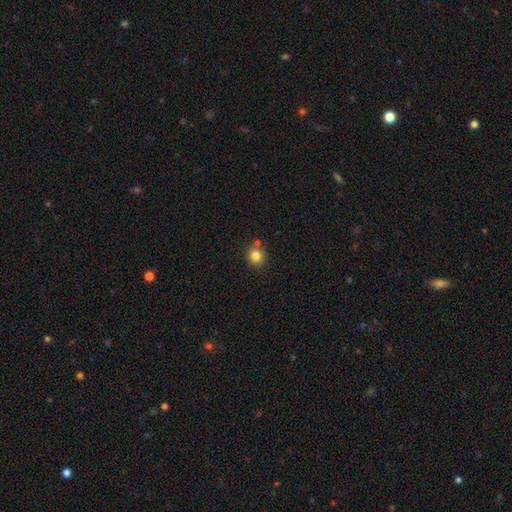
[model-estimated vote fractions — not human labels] smooth 82%, star or artifact 11%, featured or disk 6%. Down the decision tree: how rounded — round (84%); merging — none (75%).